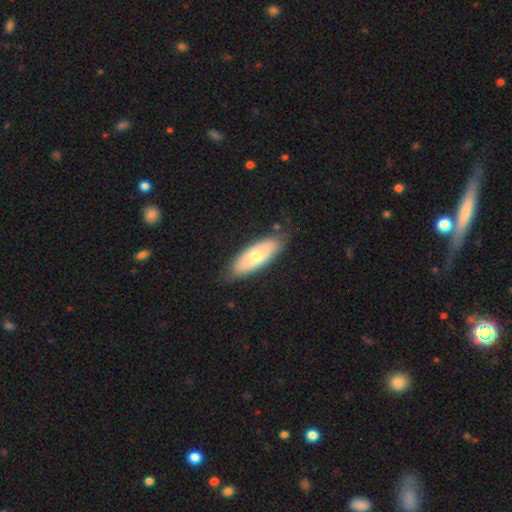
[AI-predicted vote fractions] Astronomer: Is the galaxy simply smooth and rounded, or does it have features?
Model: smooth — 63%.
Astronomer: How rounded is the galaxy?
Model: in between — 69%.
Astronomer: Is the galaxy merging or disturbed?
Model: none — 83%.